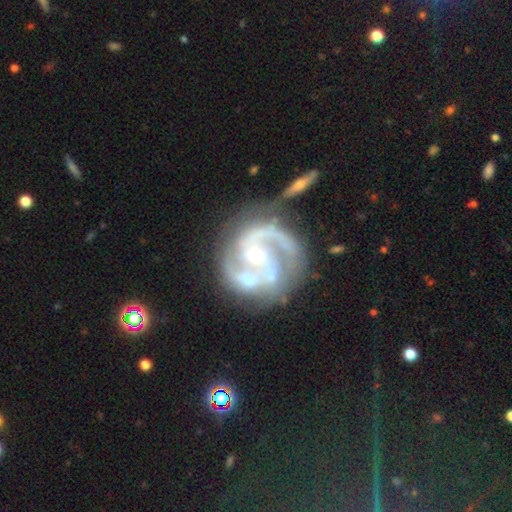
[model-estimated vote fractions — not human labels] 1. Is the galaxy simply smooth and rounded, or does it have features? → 91% featured or disk, 5% star or artifact, 4% smooth.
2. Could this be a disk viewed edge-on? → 98% no, 2% yes.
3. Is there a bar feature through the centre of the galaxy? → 53% no, 32% weak, 15% strong.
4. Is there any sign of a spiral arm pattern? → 97% yes, 3% no.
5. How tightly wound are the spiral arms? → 50% medium, 39% tight, 11% loose.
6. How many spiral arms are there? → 68% 2, 17% 3, 6% can't tell, 4% 1, 3% 4, 2% more than 4.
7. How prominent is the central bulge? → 50% small, 45% moderate, 2% large, 1% none, 1% dominant.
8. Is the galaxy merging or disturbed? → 54% none, 20% minor disturbance, 14% merger, 13% major disturbance.